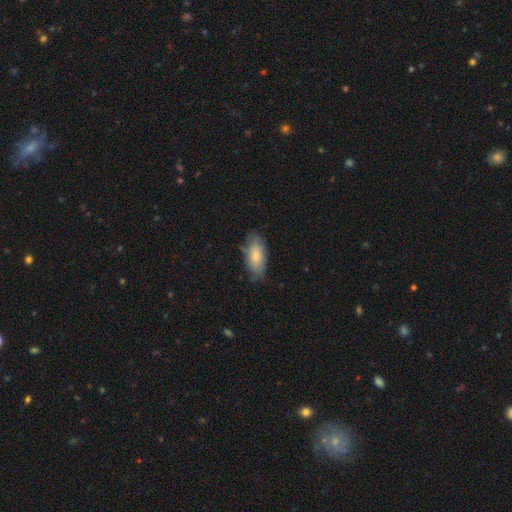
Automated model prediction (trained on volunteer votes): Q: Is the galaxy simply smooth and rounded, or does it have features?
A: smooth — 74%.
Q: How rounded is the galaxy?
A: in between — 90%.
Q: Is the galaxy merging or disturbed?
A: none — 67%.